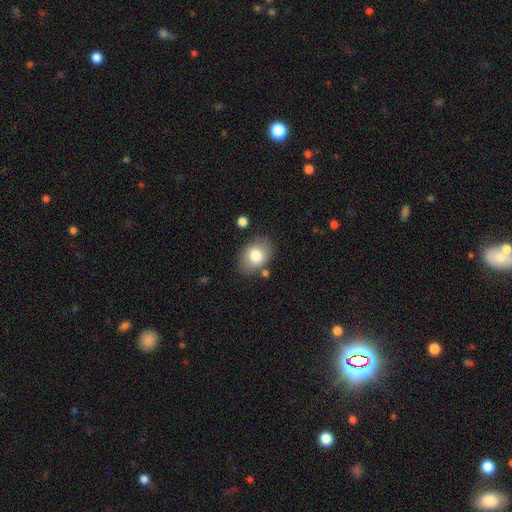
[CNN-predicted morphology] This is likely a smooth galaxy (79%). How rounded: likely in between (77%). Merging: likely none (76%).